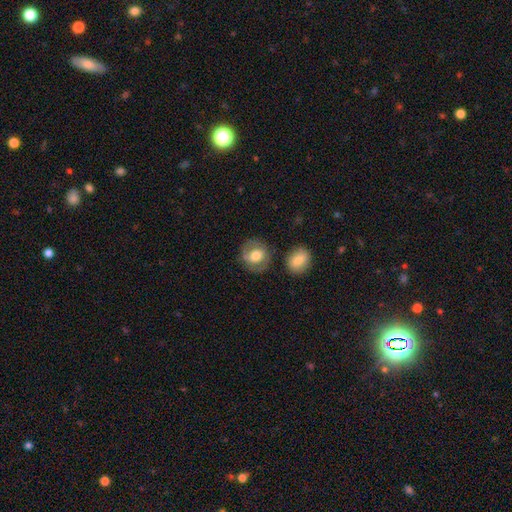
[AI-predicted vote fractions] Smooth or featured: smooth — 63% (featured or disk — 30%)
How rounded: round — 80% (in between — 19%)
Merging: none — 74% (minor disturbance — 14%)